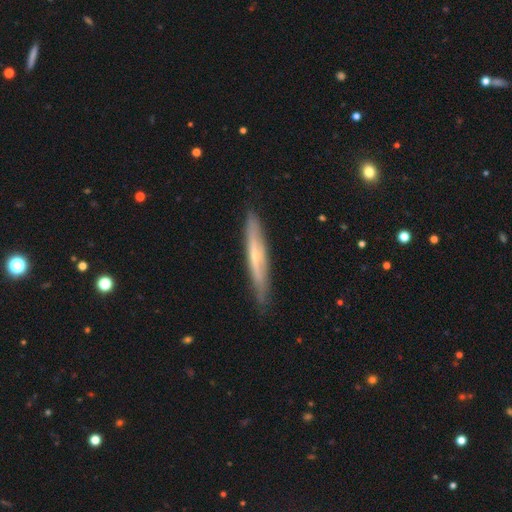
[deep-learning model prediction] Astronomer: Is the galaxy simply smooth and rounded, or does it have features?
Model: featured or disk — 62%.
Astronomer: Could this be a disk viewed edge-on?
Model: yes — 89%.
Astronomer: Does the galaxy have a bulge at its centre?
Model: rounded — 60% (runner-up: none, 36%).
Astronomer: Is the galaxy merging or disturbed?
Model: none — 86%.